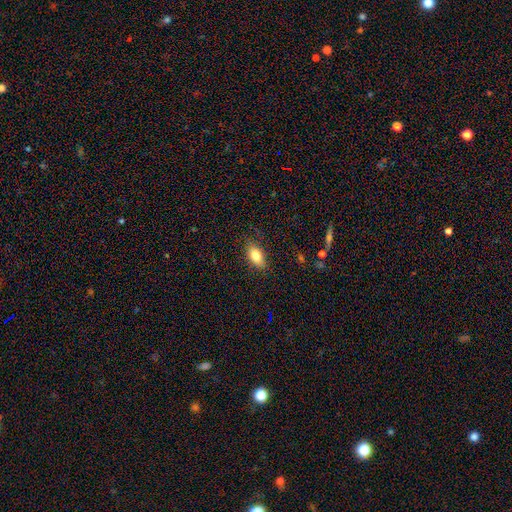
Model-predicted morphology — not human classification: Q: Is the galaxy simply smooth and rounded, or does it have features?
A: smooth — 83%.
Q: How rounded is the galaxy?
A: in between — 89%.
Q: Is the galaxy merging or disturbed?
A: none — 82%.